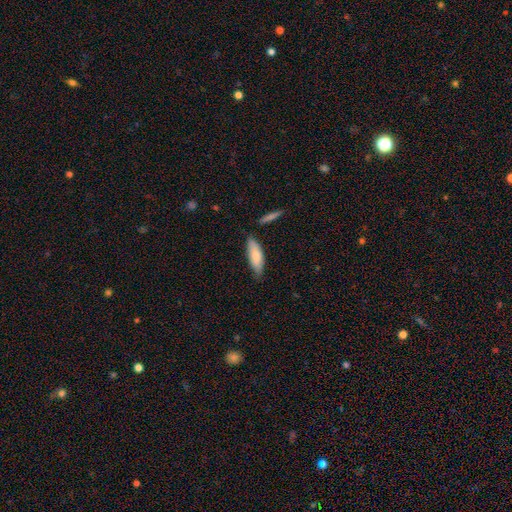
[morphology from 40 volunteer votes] Smooth or featured: smooth — 80% (featured or disk — 15%)
How rounded: in between — 78% (cigar-shaped — 22%)
Merging: none — 66% (minor disturbance — 32%)